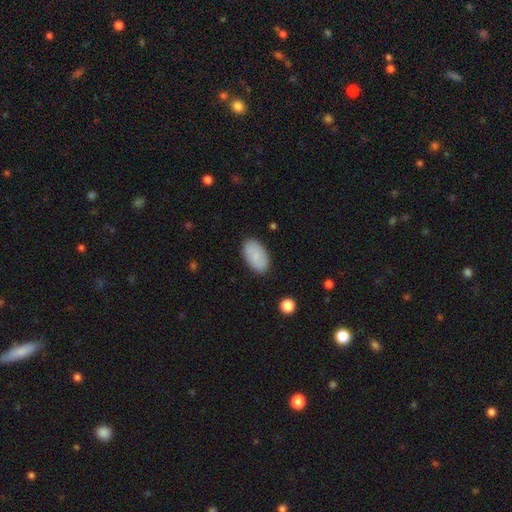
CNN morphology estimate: smooth_or_featured: smooth (p=0.81) [alt: featured or disk p=0.12]
how_rounded: in between (p=0.95) [alt: round p=0.04]
merging: none (p=0.87) [alt: minor disturbance p=0.10]